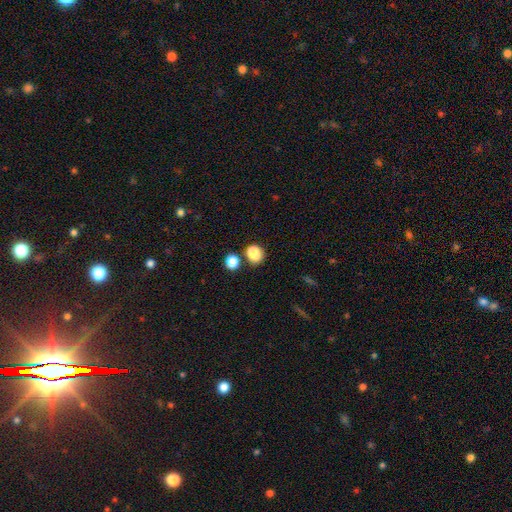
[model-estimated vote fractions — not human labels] A smooth galaxy with no disk features (78%) that is round (60%).

Vote fractions:
- Smooth or featured? smooth: 78% / star or artifact: 13% / featured or disk: 9%
- How rounded? round: 60% / in between: 39% / cigar-shaped: 1%
- Merging? none: 56% / merger: 22% / minor disturbance: 15% / major disturbance: 6%